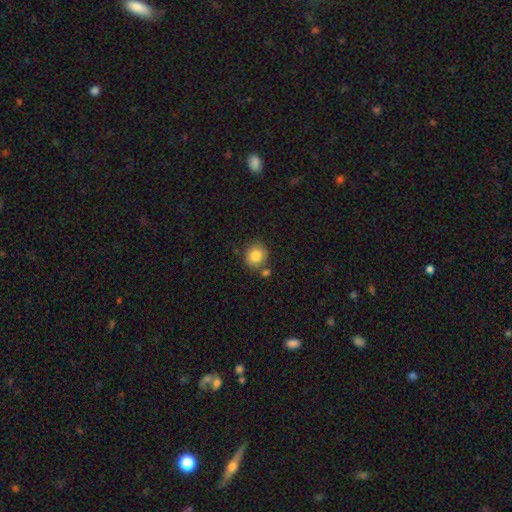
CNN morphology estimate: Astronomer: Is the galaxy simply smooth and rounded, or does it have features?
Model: smooth — 83%.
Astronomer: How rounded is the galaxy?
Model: round — 82%.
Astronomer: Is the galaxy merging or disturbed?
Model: none — 73%.